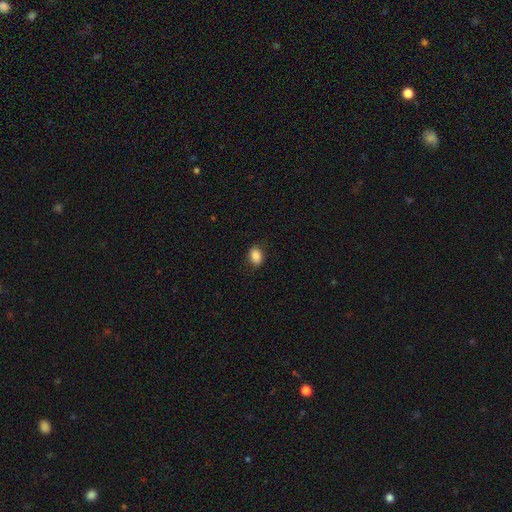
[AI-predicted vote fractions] Overall: smooth (86%). How rounded: in between (76%). Merging: none (86%).